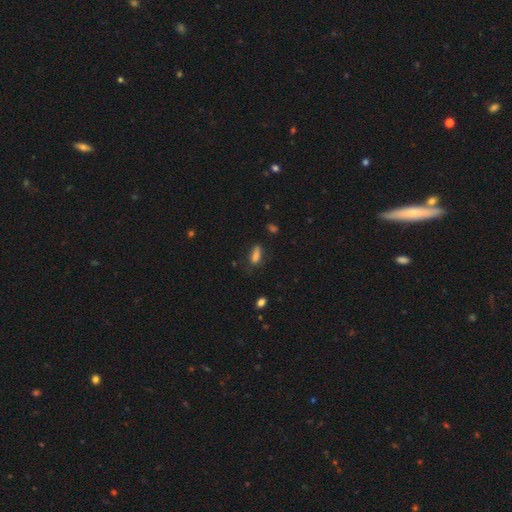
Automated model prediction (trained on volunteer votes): Smooth or featured: smooth — 79% (star or artifact — 11%)
How rounded: in between — 65% (cigar-shaped — 31%)
Merging: none — 61% (minor disturbance — 26%)